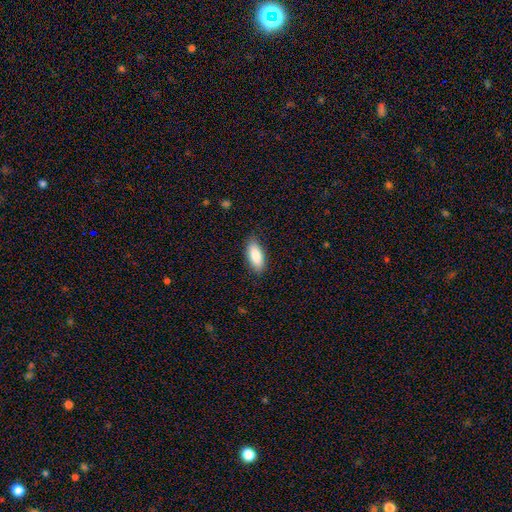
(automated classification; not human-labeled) smooth_or_featured: smooth (p=0.87) [alt: featured or disk p=0.07]
how_rounded: in between (p=0.83) [alt: cigar-shaped p=0.15]
merging: none (p=0.85) [alt: minor disturbance p=0.12]